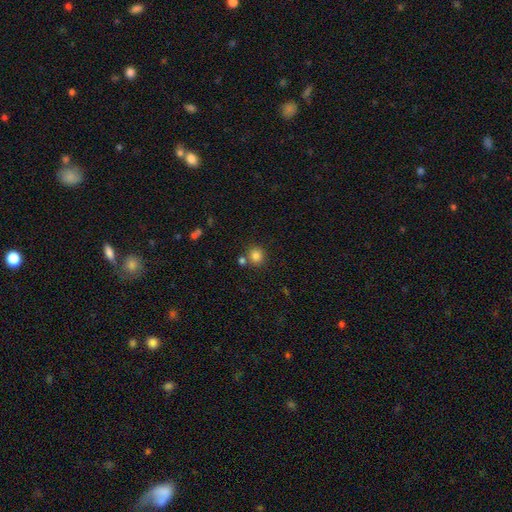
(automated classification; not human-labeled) smooth_or_featured: smooth (p=0.83) [alt: star or artifact p=0.12]
how_rounded: round (p=0.88) [alt: in between p=0.11]
merging: none (p=0.76) [alt: merger p=0.13]